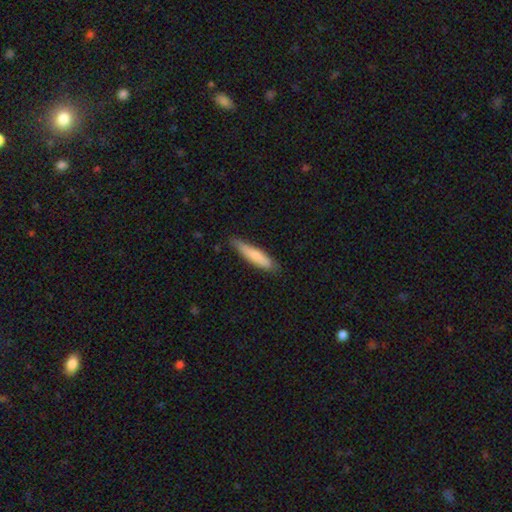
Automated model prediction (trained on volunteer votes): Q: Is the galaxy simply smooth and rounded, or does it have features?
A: smooth — 79%.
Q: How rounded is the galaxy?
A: cigar-shaped — 85%.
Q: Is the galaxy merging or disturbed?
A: none — 74%.